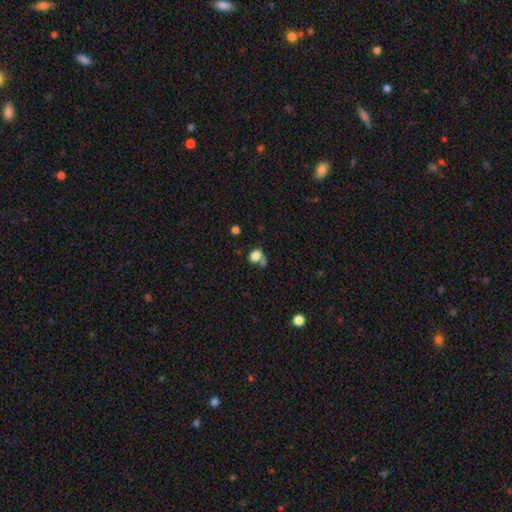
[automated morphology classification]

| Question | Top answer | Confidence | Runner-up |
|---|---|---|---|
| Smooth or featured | smooth | 82% | star or artifact (11%) |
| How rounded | round | 55% | in between (44%) |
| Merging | none | 50% | merger (23%) |